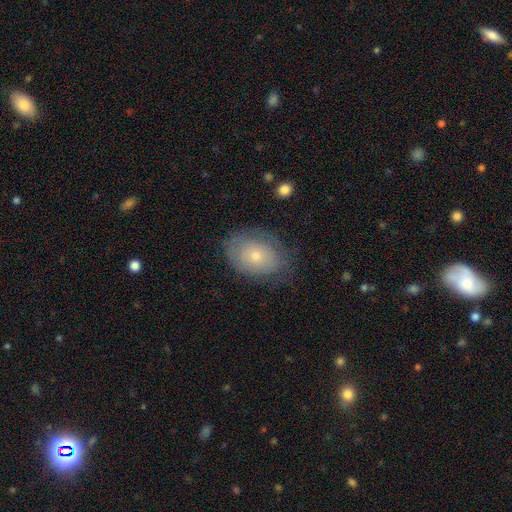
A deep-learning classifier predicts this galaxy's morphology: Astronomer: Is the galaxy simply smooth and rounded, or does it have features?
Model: smooth — 62%.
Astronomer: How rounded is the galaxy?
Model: in between — 74%.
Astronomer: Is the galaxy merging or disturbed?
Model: none — 67%.